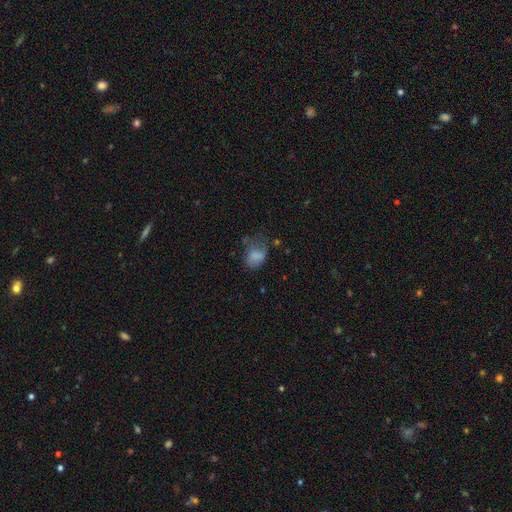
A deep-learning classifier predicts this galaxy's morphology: type=smooth (73%); roundness=in between (69%); merging=major disturbance (33%).